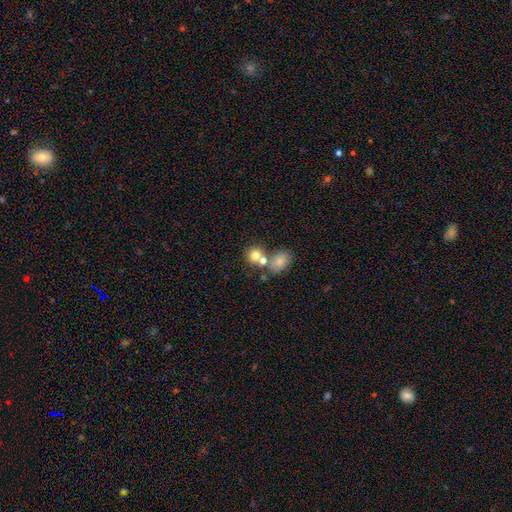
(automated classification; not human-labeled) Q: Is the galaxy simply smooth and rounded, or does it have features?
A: smooth — 75%.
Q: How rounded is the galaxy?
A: round — 77%.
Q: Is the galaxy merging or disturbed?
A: none — 46%.